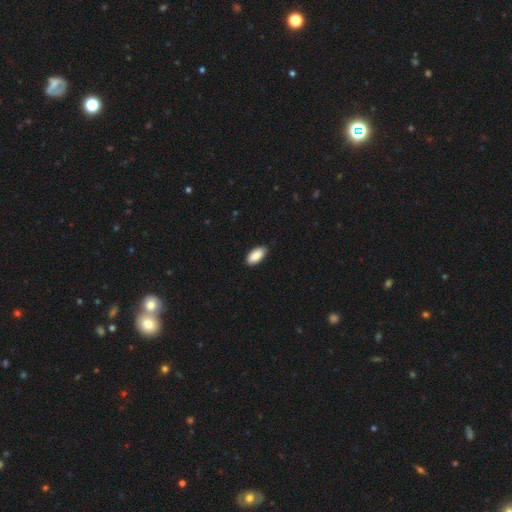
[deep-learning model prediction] Overall: smooth (90%). How rounded: in between (93%). Merging: none (86%).